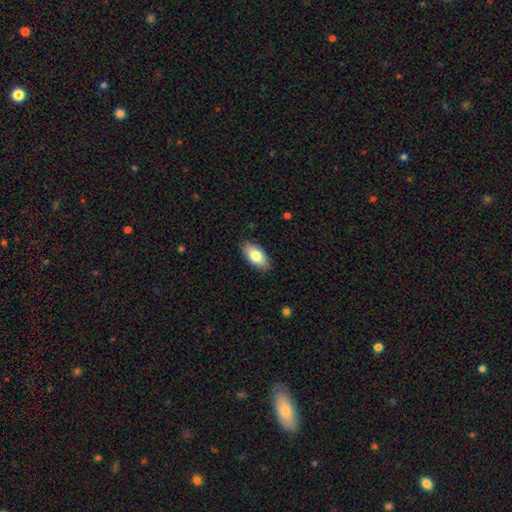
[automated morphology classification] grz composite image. It shows a smooth galaxy with no disk features (81%) that is in between round and cigar-shaped (93%). Merging: none (87%).